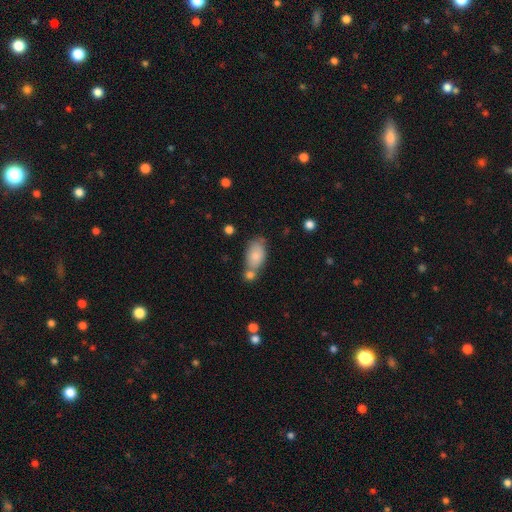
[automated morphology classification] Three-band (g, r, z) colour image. It shows a smooth galaxy with no disk features (80%) that is in between round and cigar-shaped (91%). Merging: none (45%).